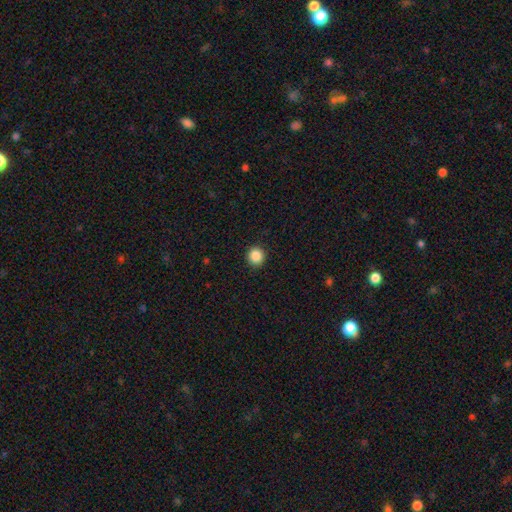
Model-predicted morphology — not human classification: A smooth galaxy with no disk features (87%) that is round (92%). Merging: none (92%).